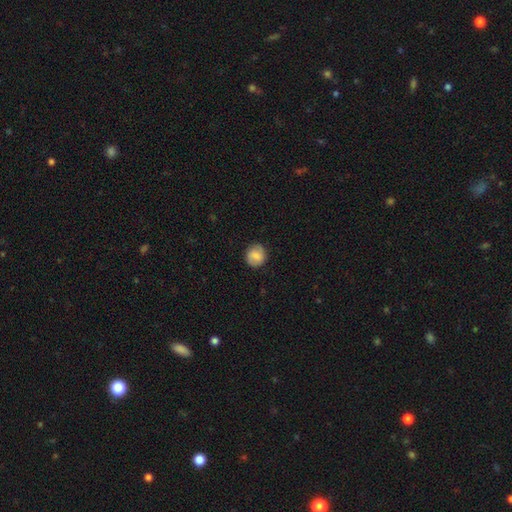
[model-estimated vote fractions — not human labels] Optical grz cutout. It shows a smooth galaxy with no disk features (76%) that is round (86%). Merging: none (85%).